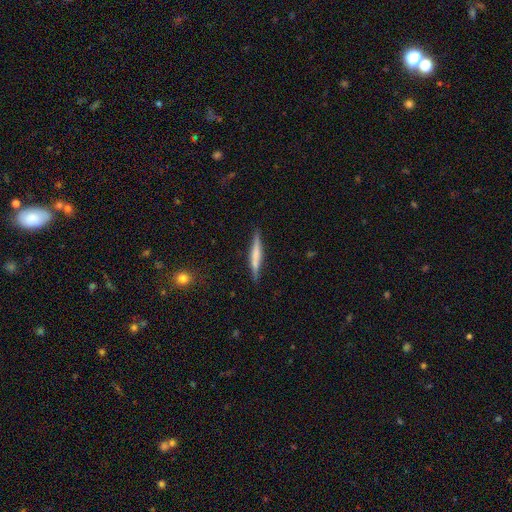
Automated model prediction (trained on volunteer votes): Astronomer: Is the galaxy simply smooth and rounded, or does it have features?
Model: featured or disk — 49% (runner-up: smooth, 45%).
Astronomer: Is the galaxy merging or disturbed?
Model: none — 88%.